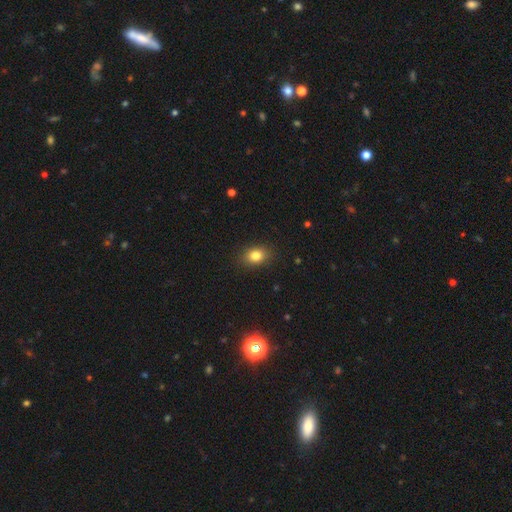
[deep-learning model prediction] A smooth galaxy with no disk features (82%) that is in between round and cigar-shaped (69%). Merging: none (87%).